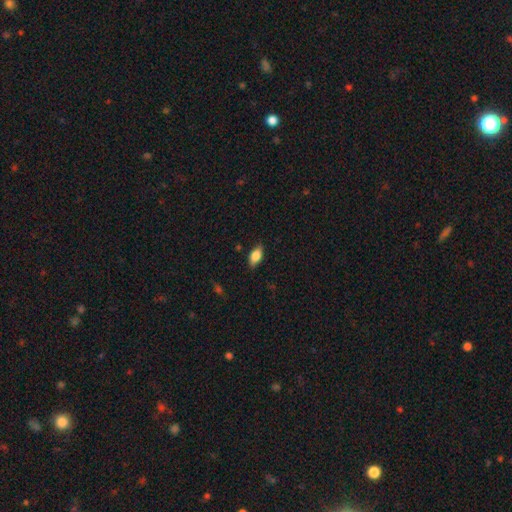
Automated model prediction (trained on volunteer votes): Smooth or featured? Predicted: smooth (p=0.78). How rounded? Predicted: in between (p=0.88). Merging? Predicted: none (p=0.82).